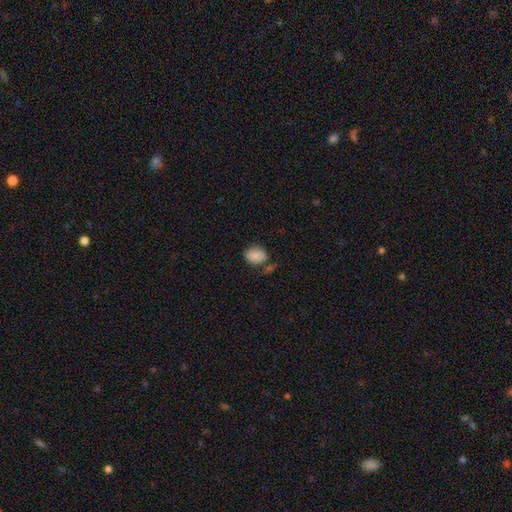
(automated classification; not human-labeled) A smooth galaxy with no disk features (86%) that is in between round and cigar-shaped (56%). Merging: none (60%).